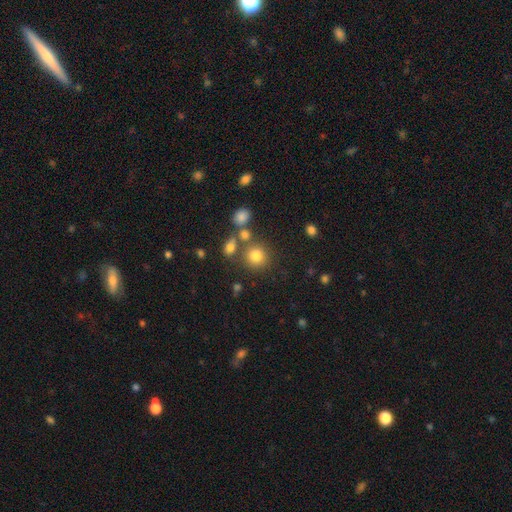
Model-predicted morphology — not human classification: Smooth or featured? smooth (78%)
How rounded? round (87%)
Merging? none (70%)